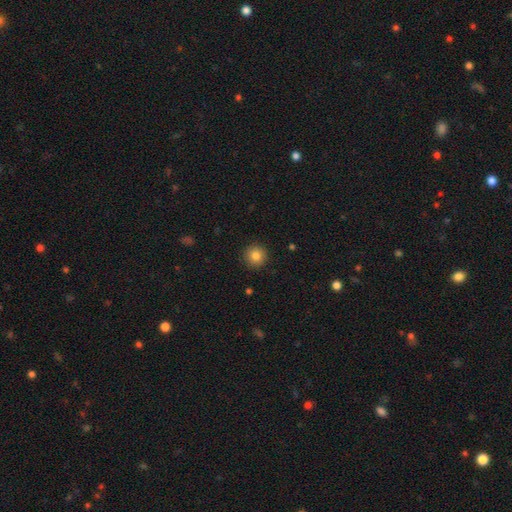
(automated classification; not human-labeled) smooth-or-featured: smooth: 83% | star or artifact: 10% | featured or disk: 6%
  how-rounded: round: 95% | in between: 4% | cigar-shaped: 1%
  merging: none: 92% | minor disturbance: 5% | major disturbance: 2% | merger: 1%